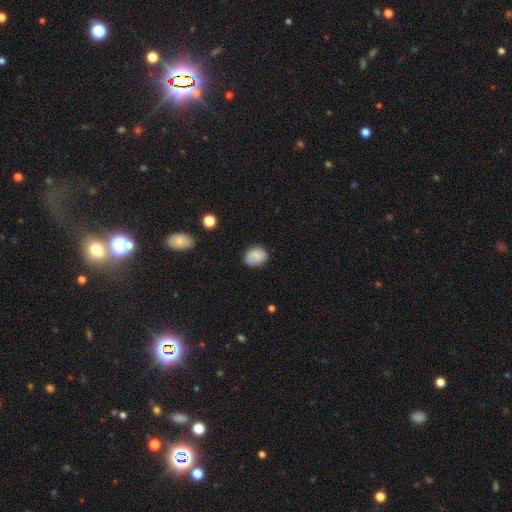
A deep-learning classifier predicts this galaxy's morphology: A smooth galaxy with no disk features (77%) that is round (53%). Merging: none (77%).